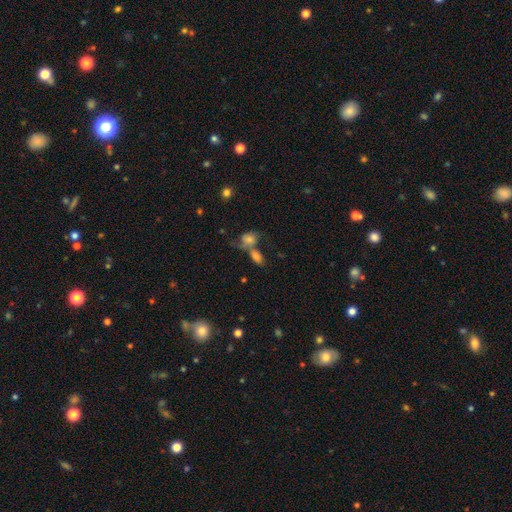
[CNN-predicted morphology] smooth_or_featured: smooth (p=0.58) [alt: featured or disk p=0.23]
how_rounded: in between (p=0.72) [alt: round p=0.23]
merging: merger (p=0.46) [alt: none p=0.33]